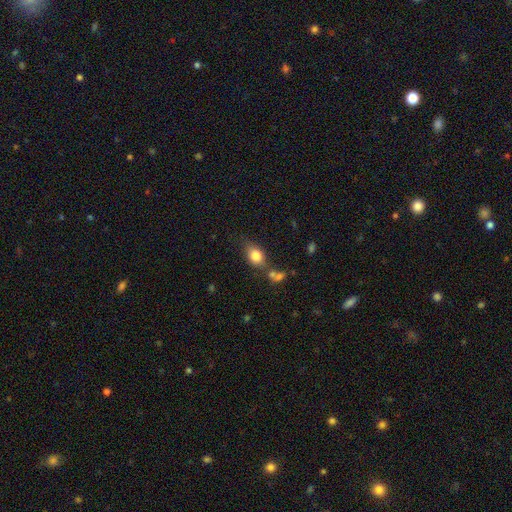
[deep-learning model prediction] Smooth or featured? smooth (80%)
How rounded? in between (70%)
Merging? none (59%)